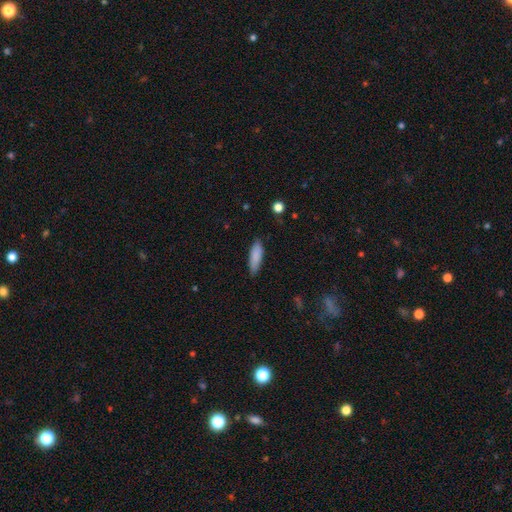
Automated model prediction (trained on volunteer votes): Morphology: type=smooth (87%); roundness=cigar-shaped (50%); merging=none (84%).